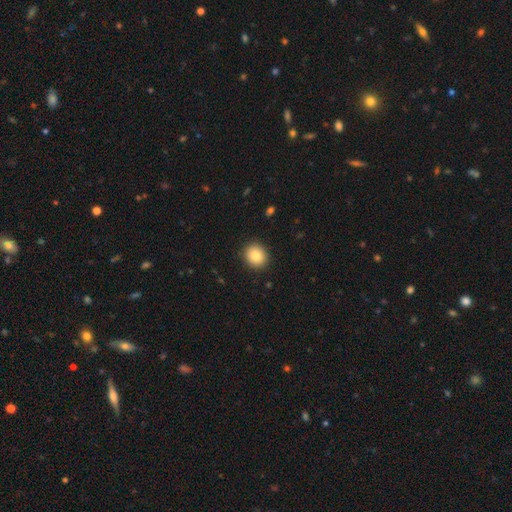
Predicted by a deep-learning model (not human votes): A smooth galaxy with no disk features (86%) that is round (77%). Merging: none (90%).